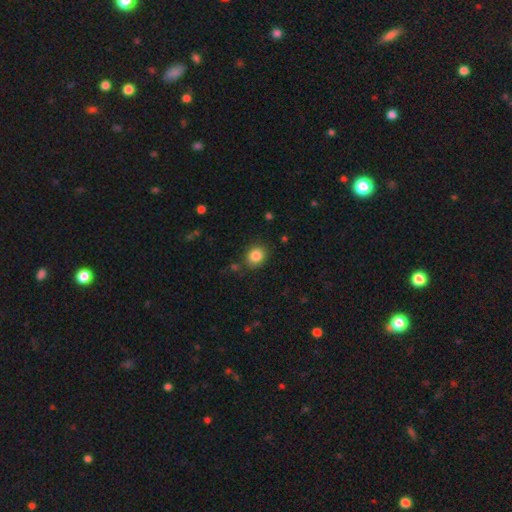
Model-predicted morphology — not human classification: Q: Smooth or featured?
A: smooth (85%); runner-up: star or artifact (10%)
Q: How rounded?
A: round (69%); runner-up: in between (30%)
Q: Merging?
A: none (85%); runner-up: minor disturbance (10%)